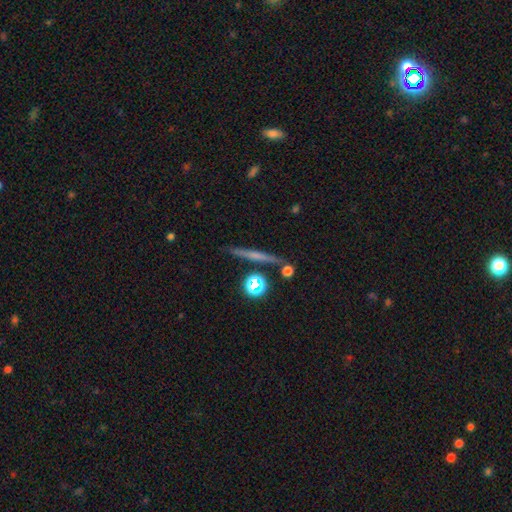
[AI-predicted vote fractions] The model was most divided on "smooth or featured": featured or disk: 45%, smooth: 43%, star or artifact: 12%. More confident: merging — none (83%).